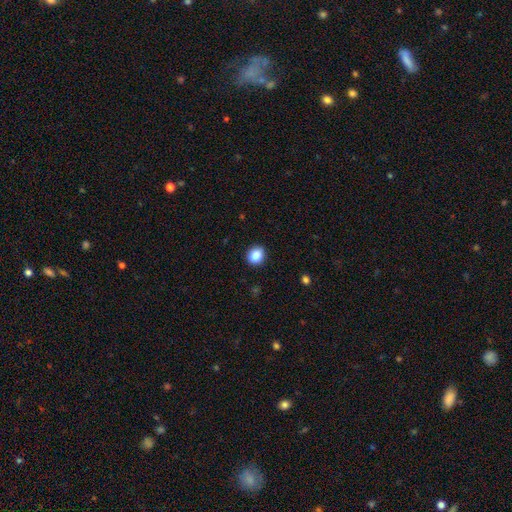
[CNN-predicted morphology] This is clearly a smooth galaxy (87%). How rounded: likely round (65%). Merging: clearly none (90%).